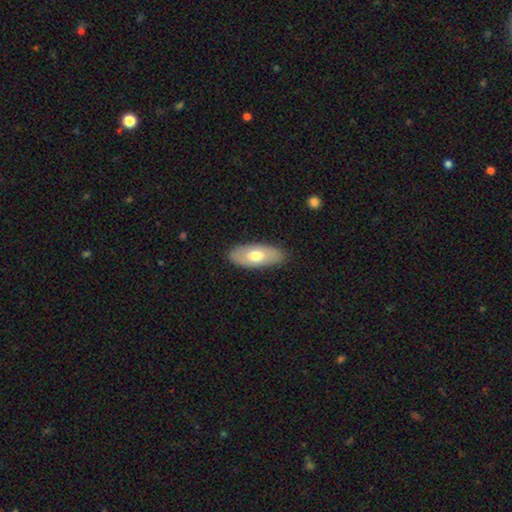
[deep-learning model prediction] Morphology: type=smooth (64%); roundness=in between (88%); merging=none (86%).